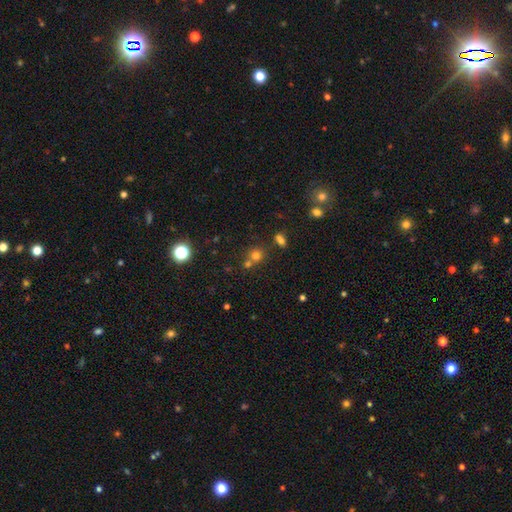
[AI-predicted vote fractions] smooth 68%, star or artifact 22%, featured or disk 10%. Down the decision tree: how rounded — round (86%); merging — none (57%).